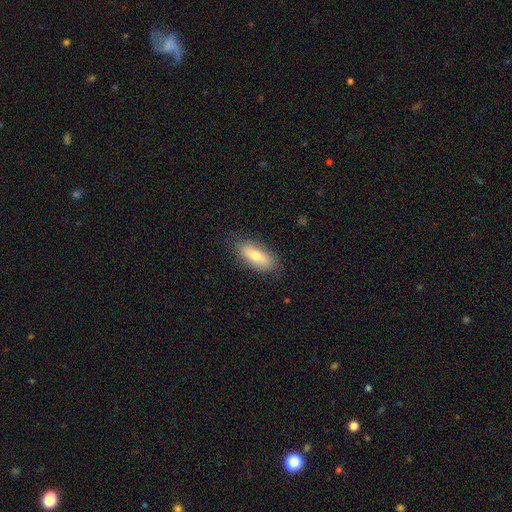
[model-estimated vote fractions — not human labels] A smooth galaxy with no disk features (70%) that is in between round and cigar-shaped (81%).

Vote fractions:
- Smooth or featured? smooth: 70% / featured or disk: 23% / star or artifact: 7%
- How rounded? in between: 81% / cigar-shaped: 16% / round: 3%
- Merging? none: 83% / minor disturbance: 13% / major disturbance: 3% / merger: 1%